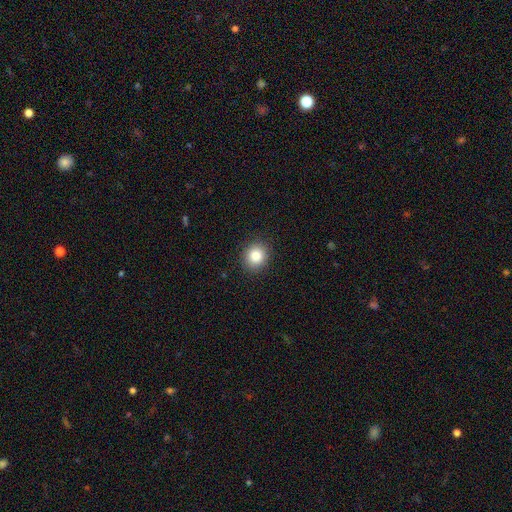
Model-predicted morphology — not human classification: A smooth galaxy with no disk features (85%) that is round (80%). Merging: none (90%).